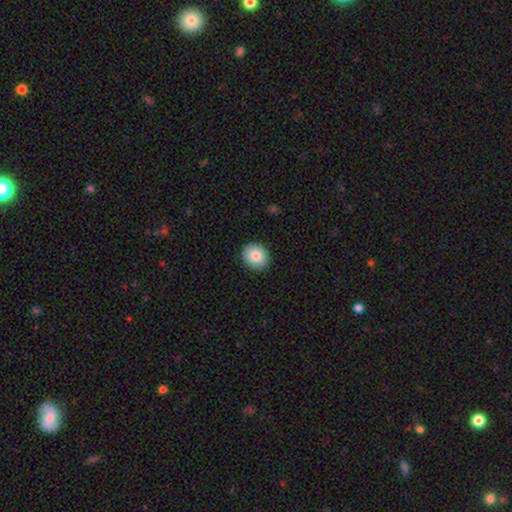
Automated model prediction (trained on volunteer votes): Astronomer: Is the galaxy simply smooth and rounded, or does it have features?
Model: smooth — 84%.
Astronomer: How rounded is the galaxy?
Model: round — 81%.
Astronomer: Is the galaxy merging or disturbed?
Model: none — 91%.